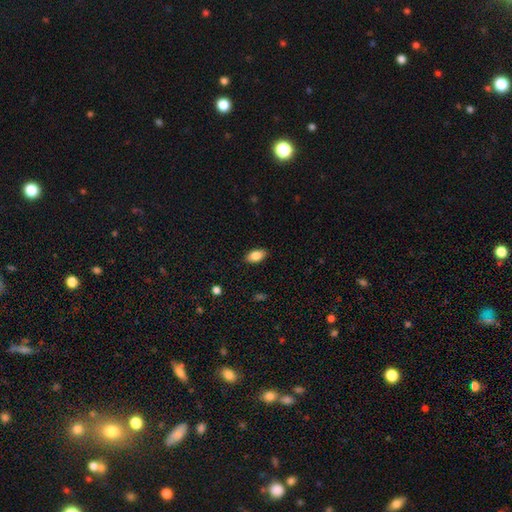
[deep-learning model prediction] This is clearly a smooth galaxy (85%). How rounded: clearly in between (92%). Merging: clearly none (88%).